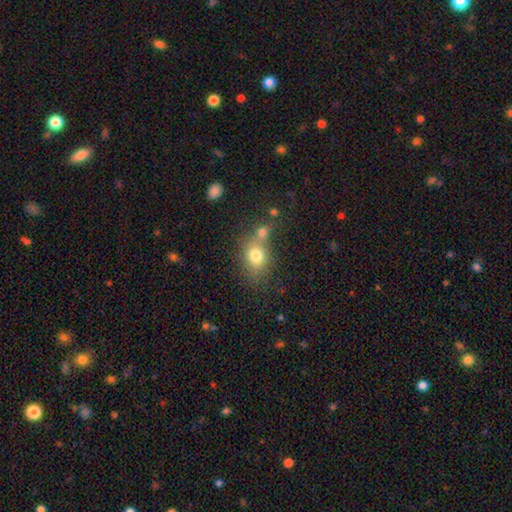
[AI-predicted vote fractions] smooth-or-featured: smooth: 76% | featured or disk: 13% | star or artifact: 12%
  how-rounded: round: 51% | in between: 48% | cigar-shaped: 2%
  merging: none: 47% | merger: 34% | minor disturbance: 13% | major disturbance: 6%